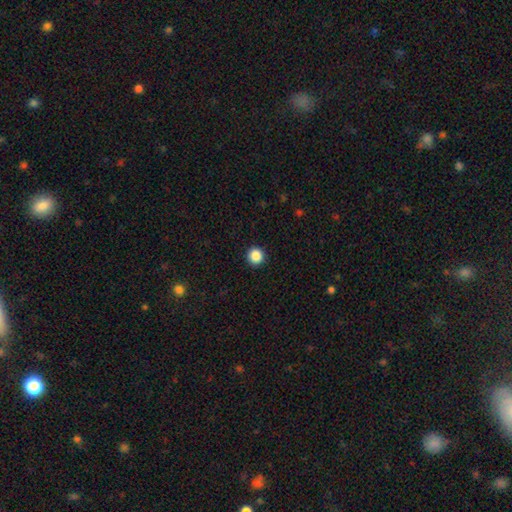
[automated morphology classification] A smooth galaxy with no disk features (87%) that is round (96%). Merging: none (93%).